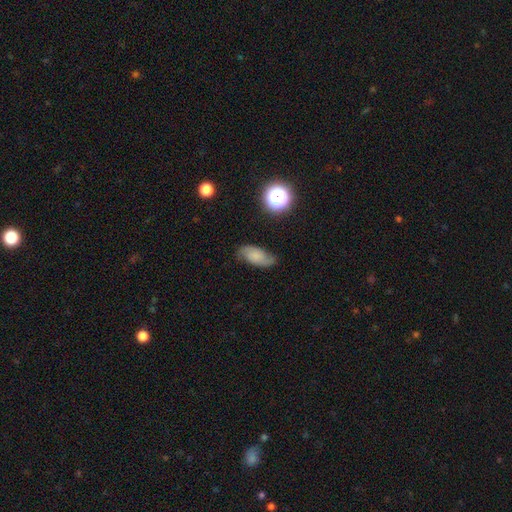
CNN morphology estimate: smooth-or-featured: smooth: 55% | featured or disk: 34% | star or artifact: 11%
  how-rounded: in between: 87% | cigar-shaped: 7% | round: 6%
  merging: none: 69% | minor disturbance: 23% | major disturbance: 6% | merger: 2%